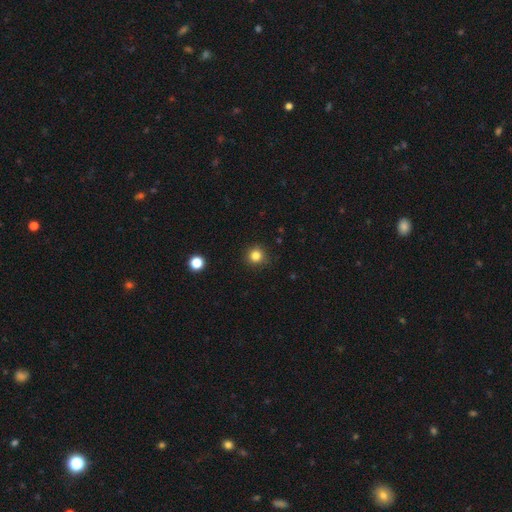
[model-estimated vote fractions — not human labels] A smooth galaxy with no disk features (82%) that is round (94%).

Vote fractions:
- Smooth or featured? smooth: 82% / star or artifact: 13% / featured or disk: 5%
- How rounded? round: 94% / in between: 5% / cigar-shaped: 1%
- Merging? none: 90% / minor disturbance: 7% / major disturbance: 2% / merger: 1%